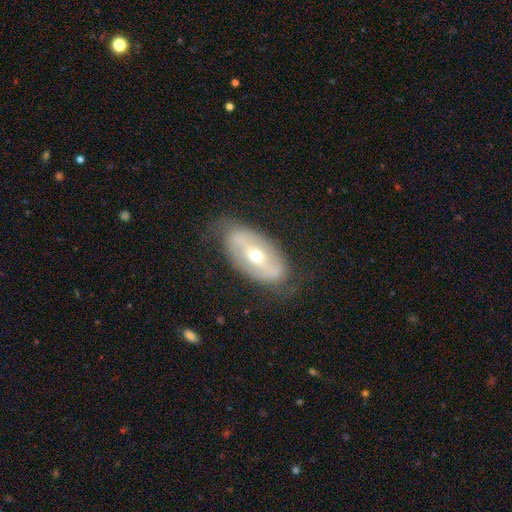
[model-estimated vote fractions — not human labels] Smooth or featured: featured or disk — 64% (smooth — 29%)
Edge-on disk: no — 89% (yes — 11%)
Bar: no — 37% (strong — 35%)
Spiral arms: no — 53% (yes — 47%)
Bulge size: moderate — 59% (small — 35%)
Merging: none — 66% (minor disturbance — 21%)